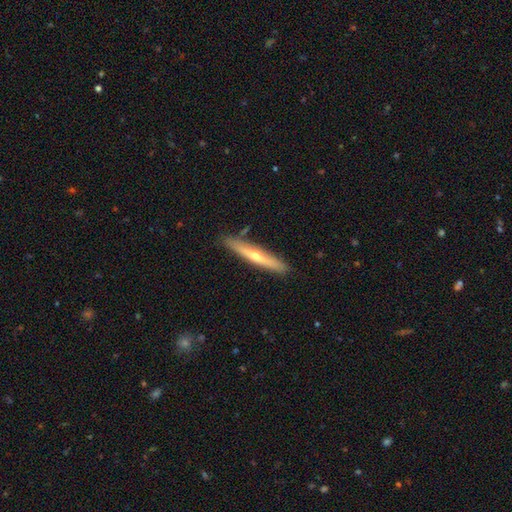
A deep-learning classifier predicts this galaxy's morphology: Smooth or featured?
  - featured or disk: 60% *
  - smooth: 34%
  - star or artifact: 6%
Edge-on disk?
  - yes: 93% *
  - no: 7%
Edge-on bulge?
  - rounded: 81% *
  - none: 17%
  - boxy: 2%
Merging?
  - none: 89% *
  - minor disturbance: 8%
  - major disturbance: 2%
  - merger: 1%